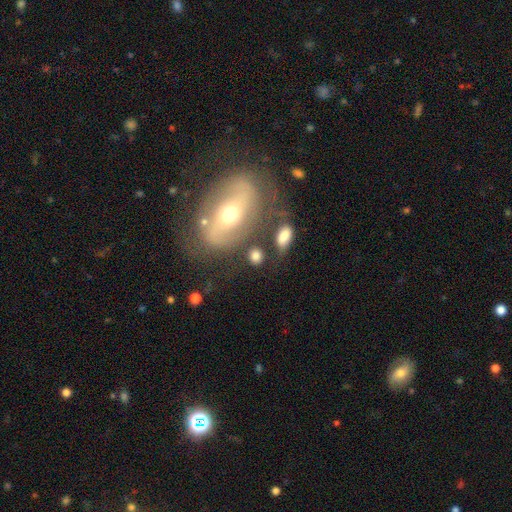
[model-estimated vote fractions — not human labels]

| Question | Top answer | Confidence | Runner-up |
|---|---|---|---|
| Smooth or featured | smooth | 72% | featured or disk (17%) |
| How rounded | round | 55% | in between (41%) |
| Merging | none | 69% | minor disturbance (14%) |